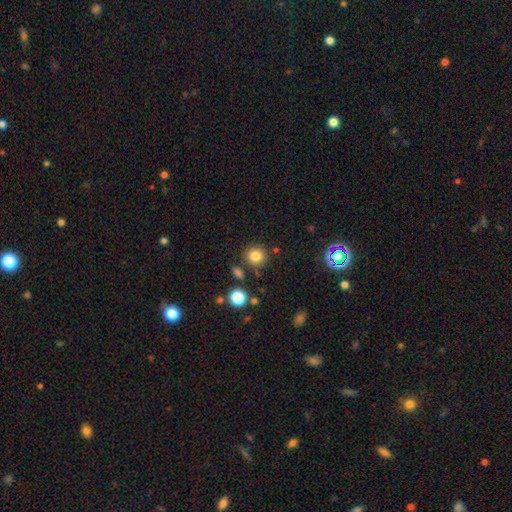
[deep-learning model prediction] This appears to be a smooth galaxy with no disk features (82%) that is round (91%). Merging: none (82%).